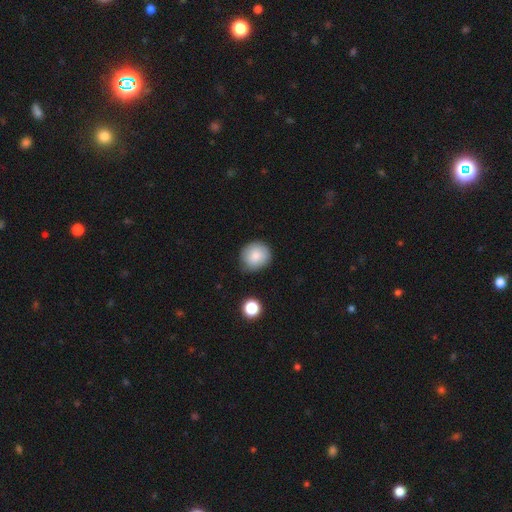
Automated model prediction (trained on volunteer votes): A smooth galaxy with no disk features (81%) that is round (87%). Merging: none (76%).